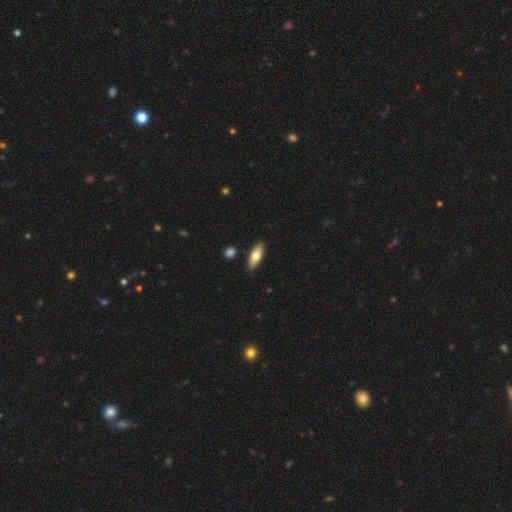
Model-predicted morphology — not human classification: smooth 69%, featured or disk 25%, star or artifact 6%. Down the decision tree: how rounded — in between (59%); merging — none (87%).